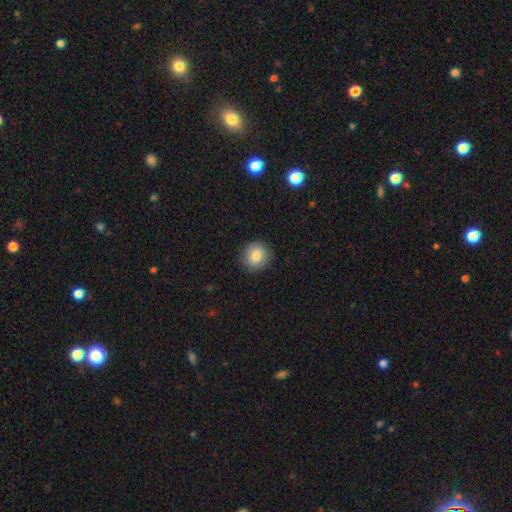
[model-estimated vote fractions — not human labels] smooth_or_featured: smooth (p=0.84) [alt: star or artifact p=0.08]
how_rounded: round (p=0.87) [alt: in between p=0.12]
merging: none (p=0.89) [alt: minor disturbance p=0.08]